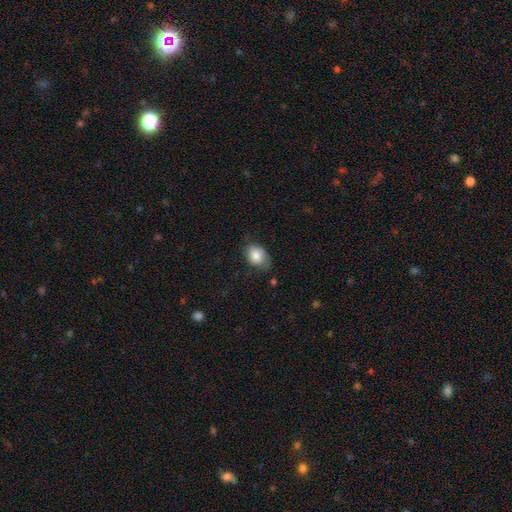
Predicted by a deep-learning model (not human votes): Smooth or featured?
  - smooth: 82% *
  - featured or disk: 10%
  - star or artifact: 7%
How rounded?
  - in between: 76% *
  - round: 23%
  - cigar-shaped: 1%
Merging?
  - none: 60% *
  - minor disturbance: 31%
  - major disturbance: 8%
  - merger: 2%